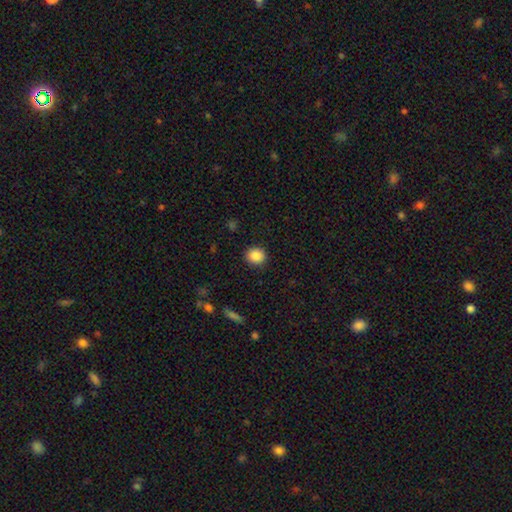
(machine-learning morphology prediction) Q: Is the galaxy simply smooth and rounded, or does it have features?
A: smooth — 87%.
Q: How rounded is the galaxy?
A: round — 85%.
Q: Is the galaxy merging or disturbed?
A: none — 90%.